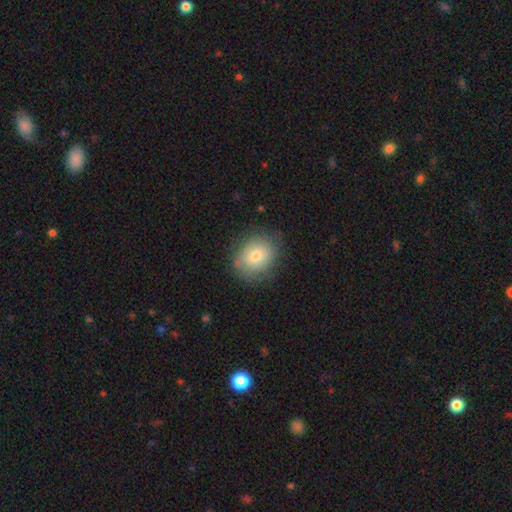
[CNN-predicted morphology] type=smooth (74%); roundness=in between (55%); merging=none (77%).